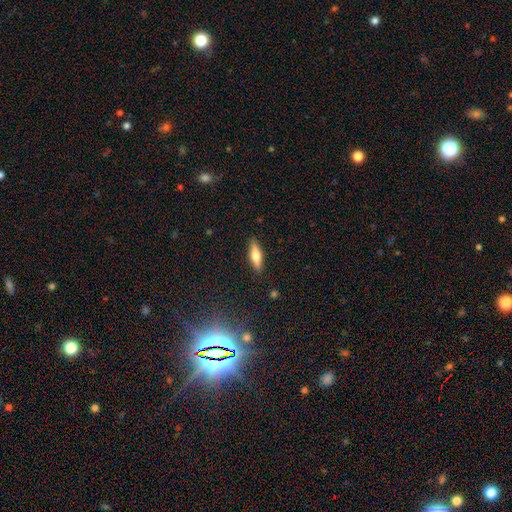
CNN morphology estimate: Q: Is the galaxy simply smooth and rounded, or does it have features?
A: smooth — 61%.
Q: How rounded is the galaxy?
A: cigar-shaped — 58%.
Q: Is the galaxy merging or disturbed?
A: none — 88%.